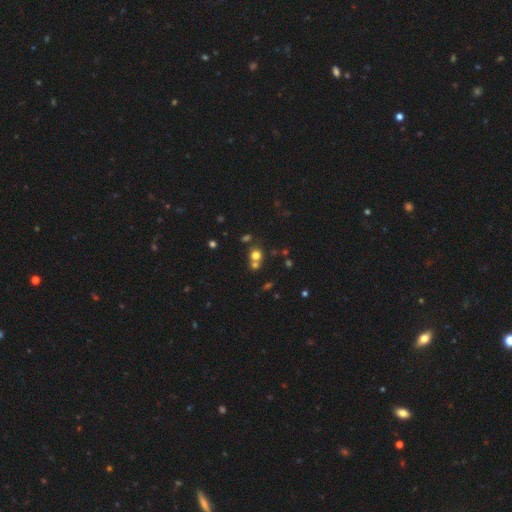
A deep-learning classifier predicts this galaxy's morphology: Q: Smooth or featured?
A: smooth (71%); runner-up: star or artifact (19%)
Q: How rounded?
A: round (83%); runner-up: in between (16%)
Q: Merging?
A: none (52%); runner-up: merger (37%)